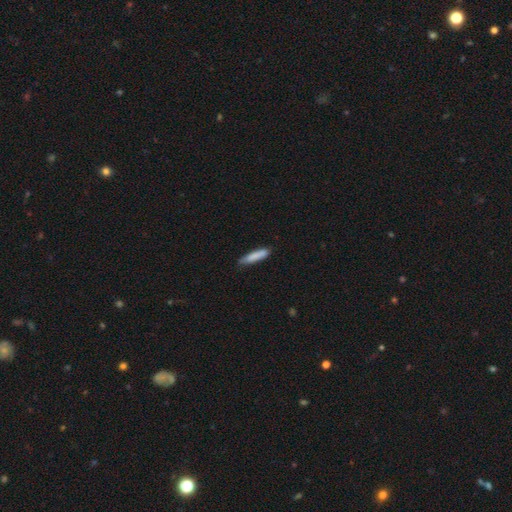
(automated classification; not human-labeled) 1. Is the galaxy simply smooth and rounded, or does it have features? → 84% smooth, 11% featured or disk, 6% star or artifact.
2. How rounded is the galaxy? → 86% cigar-shaped, 13% in between, 1% round.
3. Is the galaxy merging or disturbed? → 78% none, 18% minor disturbance, 2% major disturbance, 2% merger.